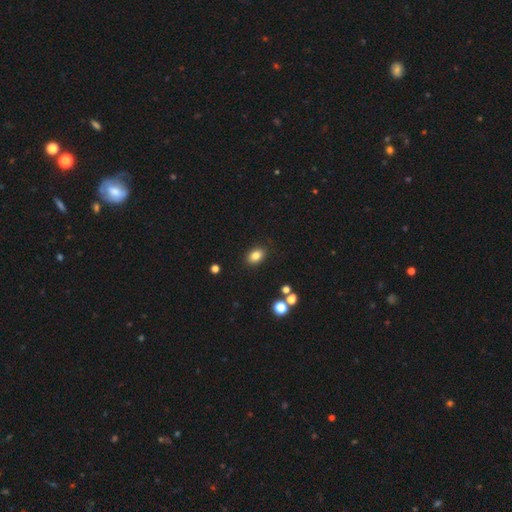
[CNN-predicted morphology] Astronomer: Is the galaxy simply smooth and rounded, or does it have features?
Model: smooth — 82%.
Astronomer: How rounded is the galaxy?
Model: in between — 79%.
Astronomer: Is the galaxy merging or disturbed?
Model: none — 87%.